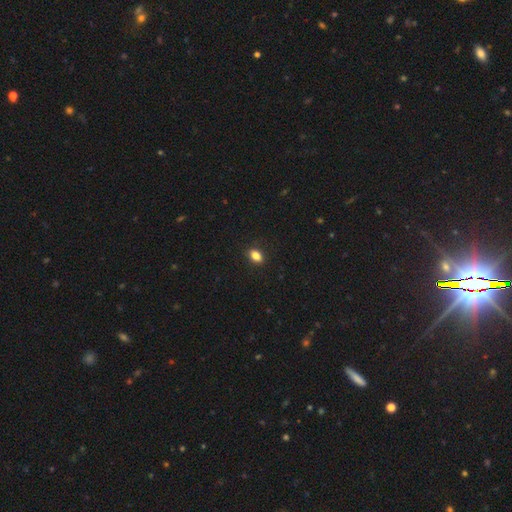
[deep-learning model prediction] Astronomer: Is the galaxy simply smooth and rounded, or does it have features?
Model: smooth — 84%.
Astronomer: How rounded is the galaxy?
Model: in between — 81%.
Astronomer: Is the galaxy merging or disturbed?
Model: none — 88%.